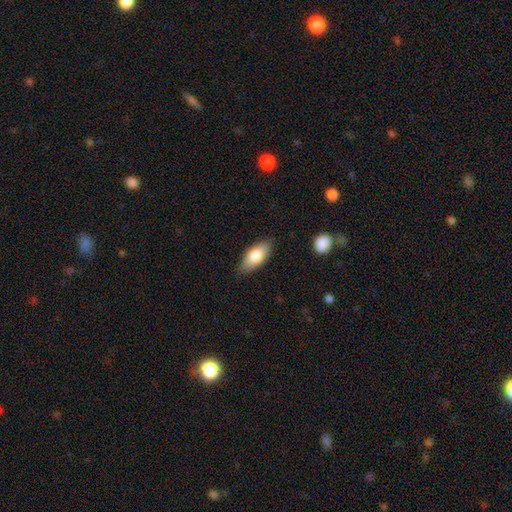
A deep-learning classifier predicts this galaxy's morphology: smooth-or-featured: smooth: 78% | featured or disk: 16% | star or artifact: 6%
  how-rounded: in between: 86% | cigar-shaped: 12% | round: 3%
  merging: none: 84% | minor disturbance: 12% | major disturbance: 2% | merger: 1%